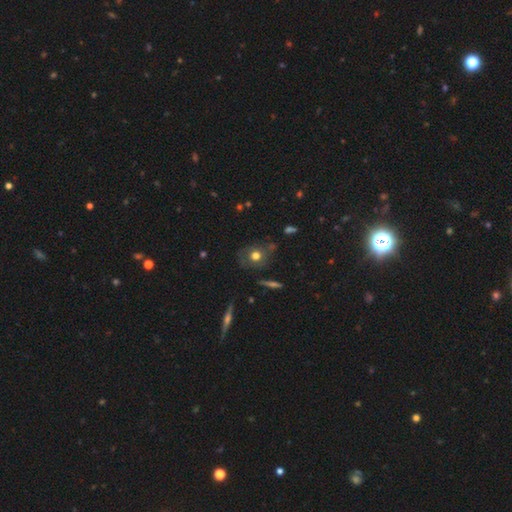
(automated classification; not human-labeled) Smooth or featured?
  - smooth: 61% *
  - featured or disk: 27%
  - star or artifact: 13%
How rounded?
  - round: 74% *
  - in between: 24%
  - cigar-shaped: 2%
Merging?
  - none: 69% *
  - minor disturbance: 19%
  - major disturbance: 8%
  - merger: 5%